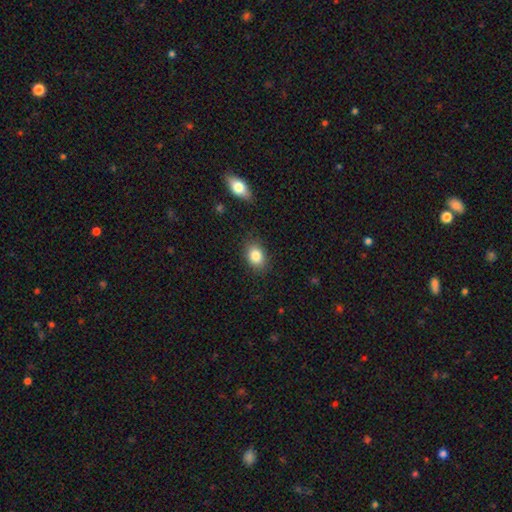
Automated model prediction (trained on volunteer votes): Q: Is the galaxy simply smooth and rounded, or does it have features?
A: smooth — 84%.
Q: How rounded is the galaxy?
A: in between — 70%.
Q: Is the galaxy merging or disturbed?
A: none — 85%.